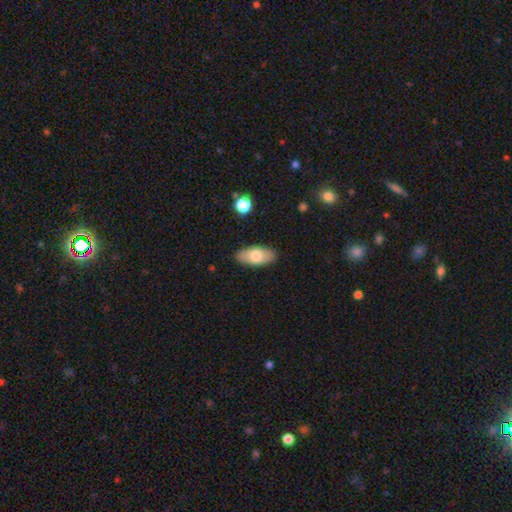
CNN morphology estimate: smooth_or_featured: smooth (p=0.76) [alt: featured or disk p=0.18]
how_rounded: in between (p=0.91) [alt: cigar-shaped p=0.06]
merging: none (p=0.87) [alt: minor disturbance p=0.10]